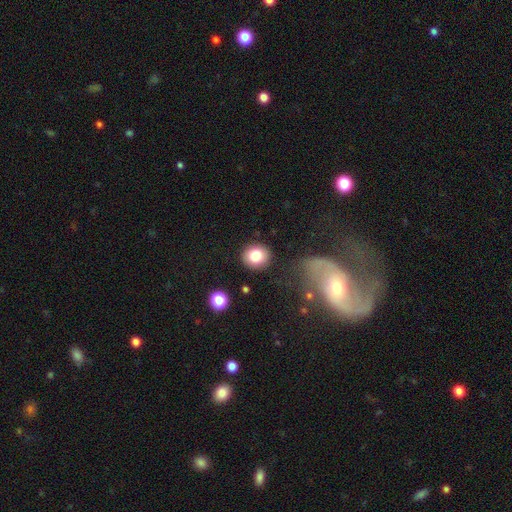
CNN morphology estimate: This appears to be a smooth galaxy with no disk features (82%) that is round (83%). Merging: none (87%).